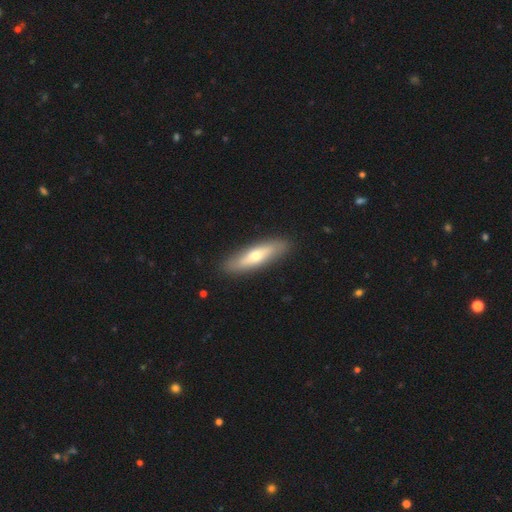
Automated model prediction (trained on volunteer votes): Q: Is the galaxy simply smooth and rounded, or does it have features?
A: smooth — 53%.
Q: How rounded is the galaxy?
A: cigar-shaped — 69%.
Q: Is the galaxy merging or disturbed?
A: none — 89%.